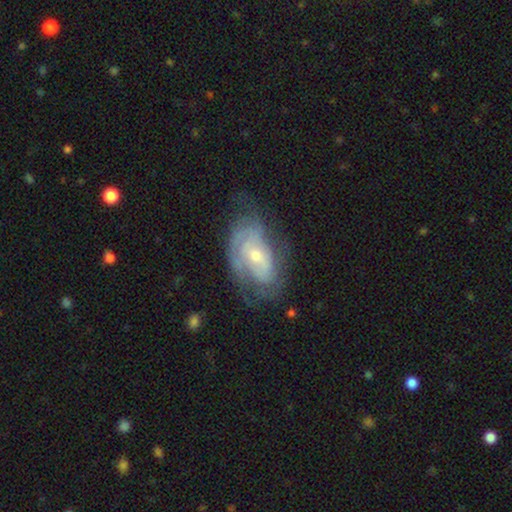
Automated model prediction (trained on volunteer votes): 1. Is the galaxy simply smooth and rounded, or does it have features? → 74% featured or disk, 19% smooth, 7% star or artifact.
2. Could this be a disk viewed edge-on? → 94% no, 6% yes.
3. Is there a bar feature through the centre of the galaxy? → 66% no, 28% weak, 7% strong.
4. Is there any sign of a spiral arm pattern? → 83% yes, 17% no.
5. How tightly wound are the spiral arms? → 58% tight, 31% medium, 11% loose.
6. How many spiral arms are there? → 50% can't tell, 24% 2, 13% 3, 6% 1, 5% 4, 3% more than 4.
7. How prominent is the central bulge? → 54% small, 42% moderate, 2% large, 1% none, 1% dominant.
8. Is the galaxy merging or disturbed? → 58% none, 26% minor disturbance, 15% major disturbance, 2% merger.